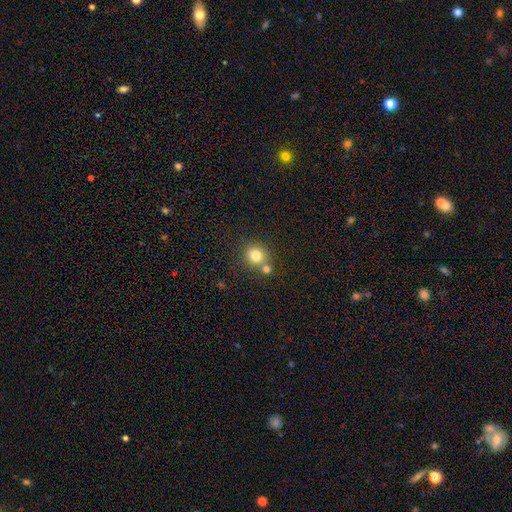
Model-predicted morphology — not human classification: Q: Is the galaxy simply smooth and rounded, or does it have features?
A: smooth — 80%.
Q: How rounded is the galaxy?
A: round — 87%.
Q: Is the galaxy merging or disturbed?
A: none — 64%.